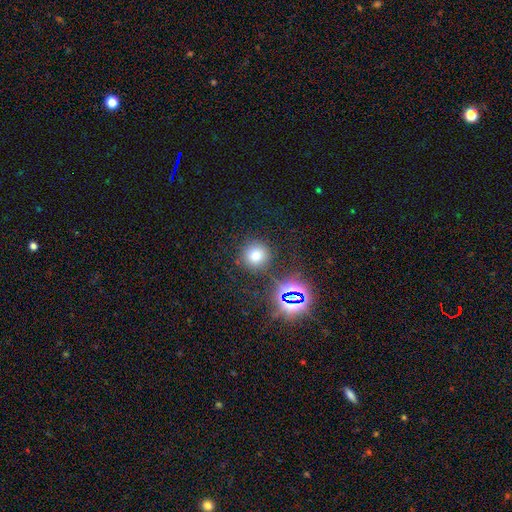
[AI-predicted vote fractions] smooth_or_featured: smooth (p=0.69) [alt: star or artifact p=0.22]
how_rounded: round (p=0.93) [alt: in between p=0.06]
merging: none (p=0.84) [alt: minor disturbance p=0.08]